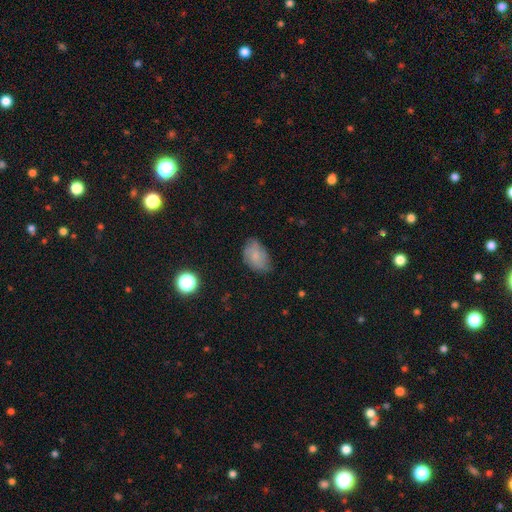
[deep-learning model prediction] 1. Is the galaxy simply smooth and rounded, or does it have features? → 66% smooth, 24% featured or disk, 10% star or artifact.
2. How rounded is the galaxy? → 85% in between, 14% round, 1% cigar-shaped.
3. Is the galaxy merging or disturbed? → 64% none, 28% minor disturbance, 7% major disturbance, 1% merger.